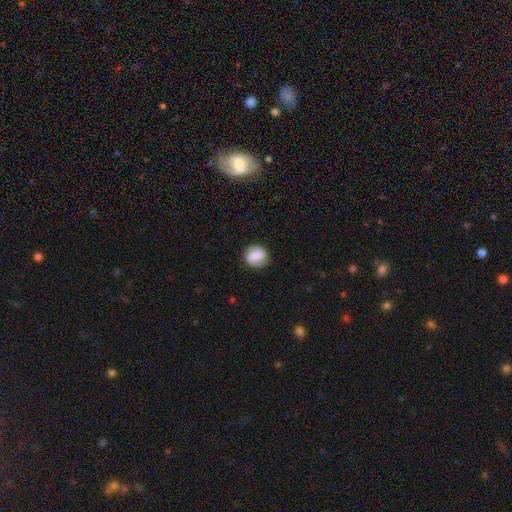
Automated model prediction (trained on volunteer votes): A smooth galaxy with no disk features (54%) that is round (86%). Merging: none (84%).